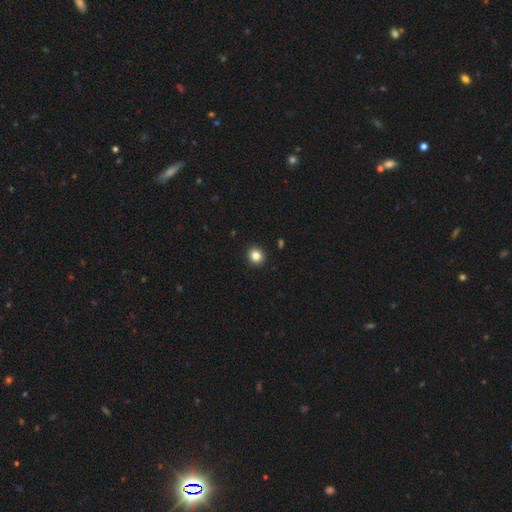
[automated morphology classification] smooth_or_featured: smooth (p=0.84) [alt: star or artifact p=0.11]
how_rounded: round (p=0.87) [alt: in between p=0.12]
merging: none (p=0.93) [alt: minor disturbance p=0.05]